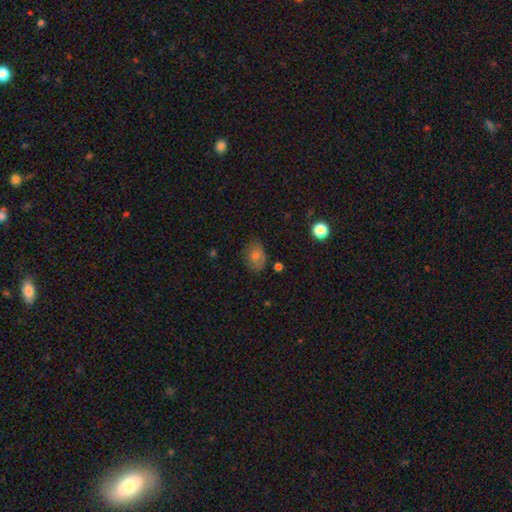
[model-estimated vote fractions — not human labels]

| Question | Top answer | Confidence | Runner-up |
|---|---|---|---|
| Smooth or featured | smooth | 67% | featured or disk (18%) |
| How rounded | in between | 70% | round (29%) |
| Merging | none | 74% | minor disturbance (20%) |